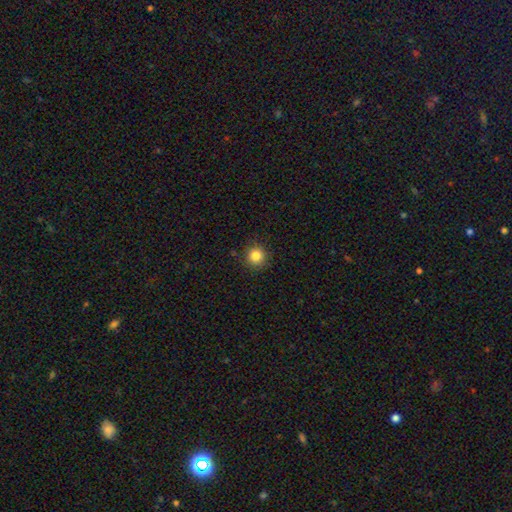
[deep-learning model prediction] A smooth galaxy with no disk features (85%) that is round (94%). Merging: none (90%).